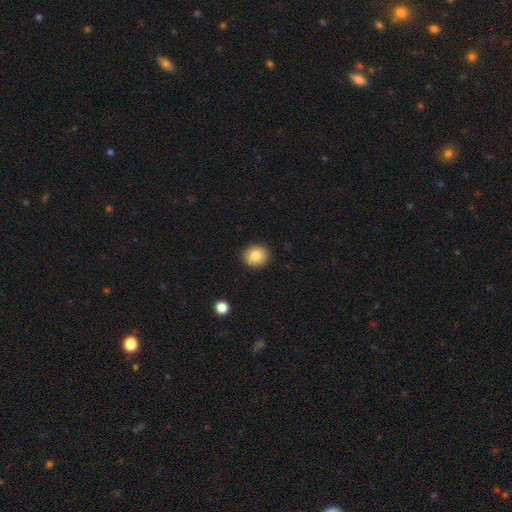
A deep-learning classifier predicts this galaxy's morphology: Smooth or featured: smooth — 83% (star or artifact — 9%)
How rounded: round — 82% (in between — 17%)
Merging: none — 91% (minor disturbance — 6%)